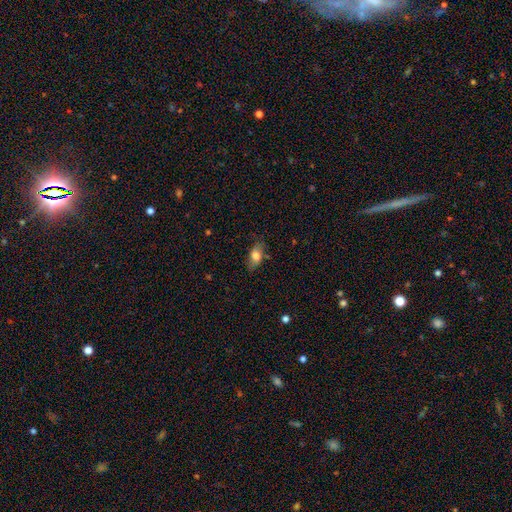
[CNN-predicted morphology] Smooth or featured?
  - smooth: 74% *
  - featured or disk: 18%
  - star or artifact: 8%
How rounded?
  - in between: 83% *
  - cigar-shaped: 10%
  - round: 7%
Merging?
  - none: 75% *
  - minor disturbance: 19%
  - major disturbance: 5%
  - merger: 2%